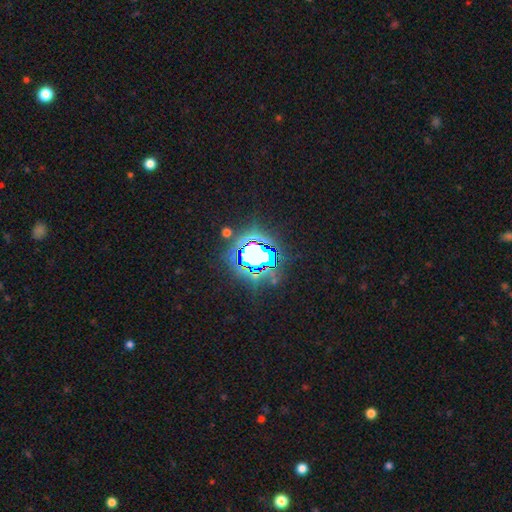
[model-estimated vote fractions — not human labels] Smooth or featured? Predicted: star or artifact (p=0.71).